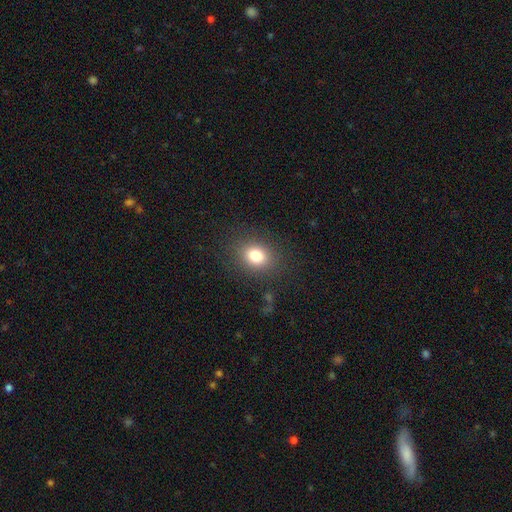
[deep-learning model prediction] The model was most divided on "how rounded": in between: 52%, round: 47%, cigar-shaped: 1%. More confident: merging — none (85%); smooth or featured — smooth (81%).